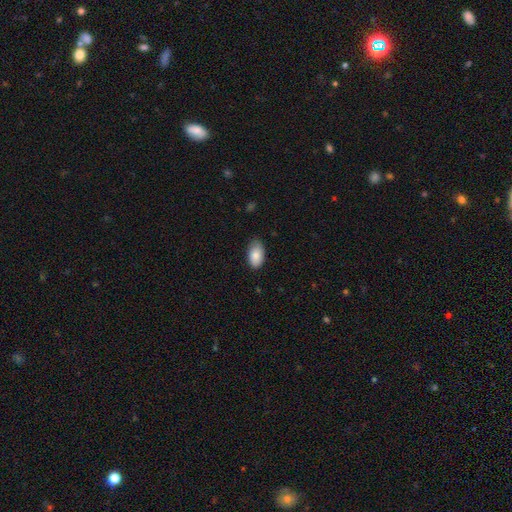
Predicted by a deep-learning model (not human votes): Morphology: type=smooth (86%); roundness=in between (95%); merging=none (75%).